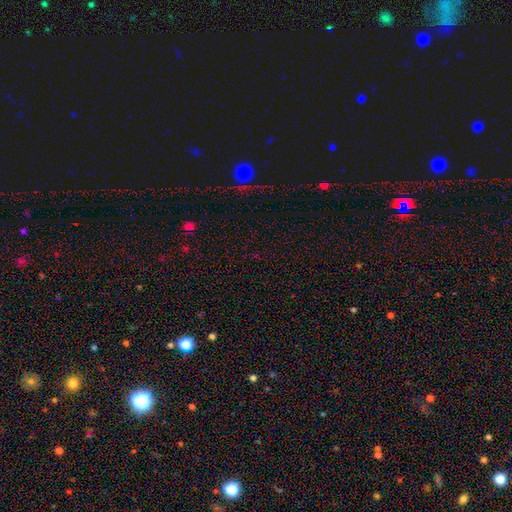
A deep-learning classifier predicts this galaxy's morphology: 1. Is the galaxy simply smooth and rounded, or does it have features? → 72% star or artifact, 21% smooth, 7% featured or disk.